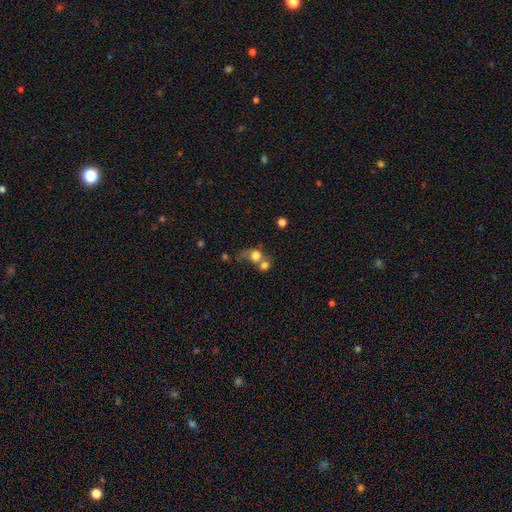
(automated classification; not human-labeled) smooth-or-featured: smooth: 74% | featured or disk: 14% | star or artifact: 11%
  how-rounded: round: 68% | in between: 30% | cigar-shaped: 1%
  merging: merger: 57% | none: 25% | minor disturbance: 10% | major disturbance: 8%